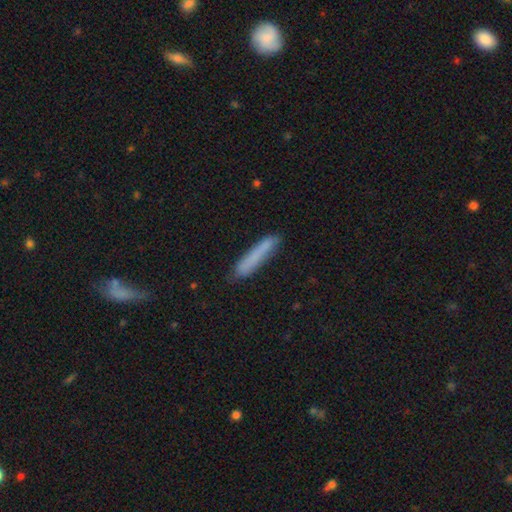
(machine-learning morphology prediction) A smooth galaxy with no disk features (78%) that is cigar-shaped (94%).

Vote fractions:
- Smooth or featured? smooth: 78% / featured or disk: 15% / star or artifact: 7%
- How rounded? cigar-shaped: 94% / in between: 5% / round: 1%
- Merging? none: 83% / minor disturbance: 13% / major disturbance: 2% / merger: 2%